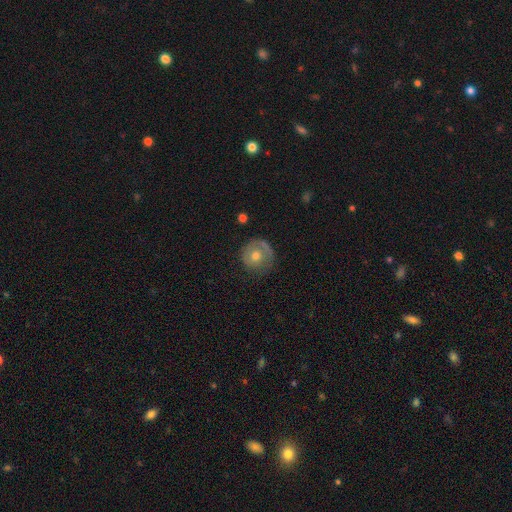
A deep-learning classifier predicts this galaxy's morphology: Smooth or featured: featured or disk — 46% (smooth — 45%)
Merging: none — 72% (minor disturbance — 19%)